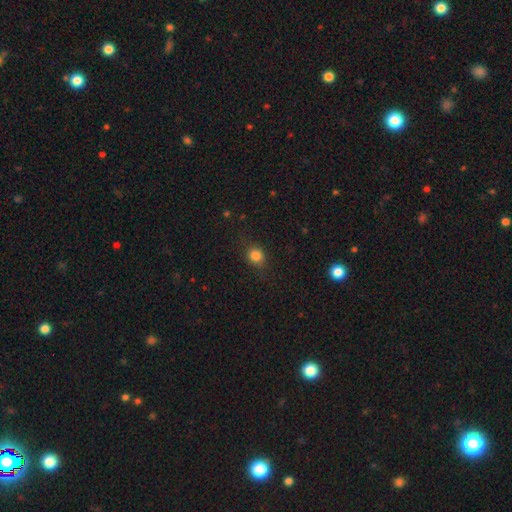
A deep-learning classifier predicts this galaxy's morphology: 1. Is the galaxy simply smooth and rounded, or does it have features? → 82% smooth, 12% star or artifact, 7% featured or disk.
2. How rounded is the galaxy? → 75% round, 23% in between, 1% cigar-shaped.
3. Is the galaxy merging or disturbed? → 82% none, 13% minor disturbance, 4% major disturbance, 1% merger.